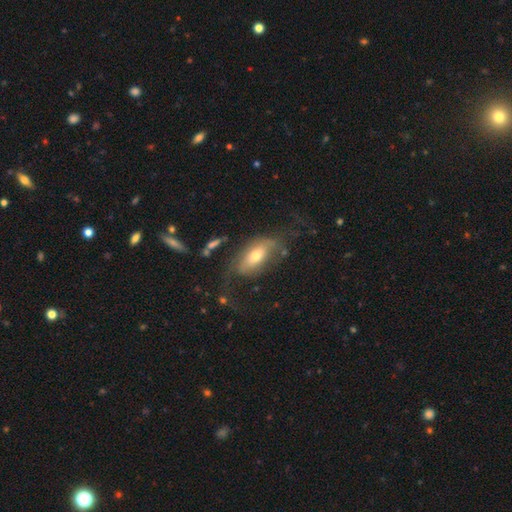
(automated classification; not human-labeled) featured or disk 50%, smooth 42%, star or artifact 9%. Down the decision tree: merging — none (43%).